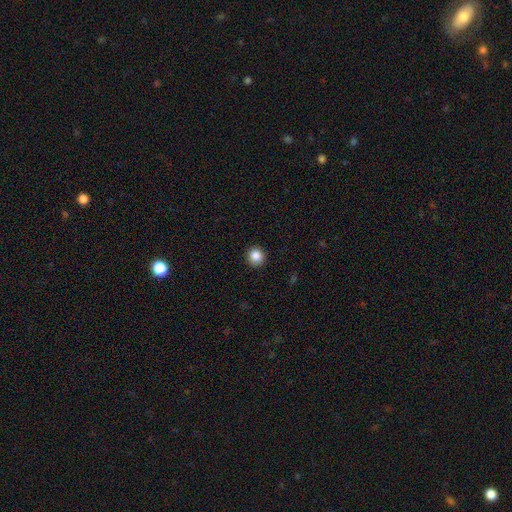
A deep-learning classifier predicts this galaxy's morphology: Smooth or featured? Predicted: smooth (p=0.87). How rounded? Predicted: round (p=0.93). Merging? Predicted: none (p=0.92).